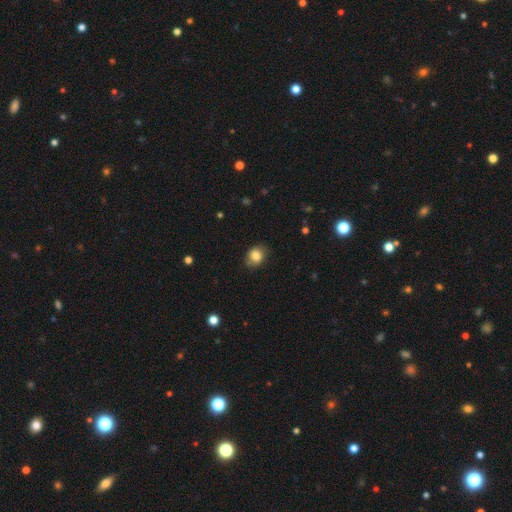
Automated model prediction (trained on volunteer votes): smooth_or_featured: smooth (p=0.82) [alt: star or artifact p=0.09]
how_rounded: round (p=0.57) [alt: in between p=0.42]
merging: none (p=0.74) [alt: minor disturbance p=0.20]